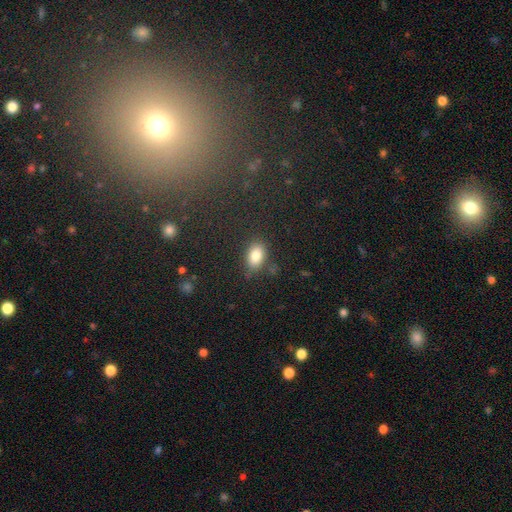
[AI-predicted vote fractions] This appears to be a smooth galaxy with no disk features (83%) that is in between round and cigar-shaped (86%). Merging: none (78%).